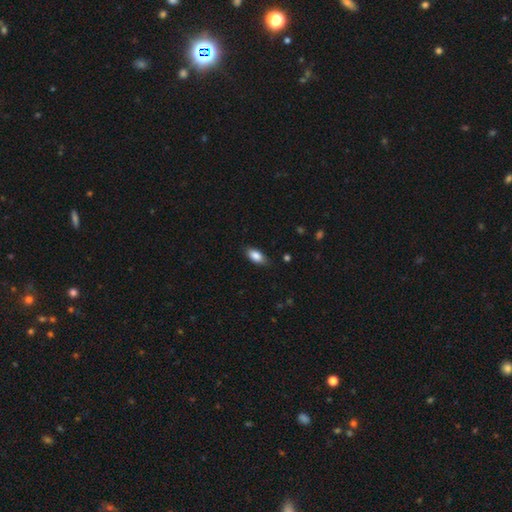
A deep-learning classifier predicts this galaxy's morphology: A smooth galaxy with no disk features (85%) that is in between round and cigar-shaped (88%). Merging: none (82%).